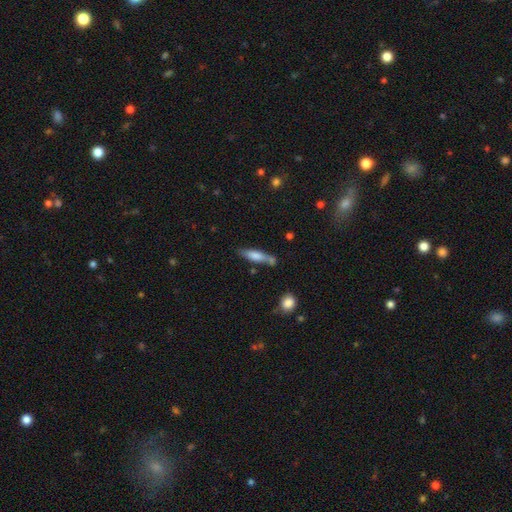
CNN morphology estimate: smooth_or_featured: smooth (p=0.65) [alt: featured or disk p=0.28]
how_rounded: cigar-shaped (p=0.74) [alt: in between p=0.24]
merging: none (p=0.65) [alt: minor disturbance p=0.19]